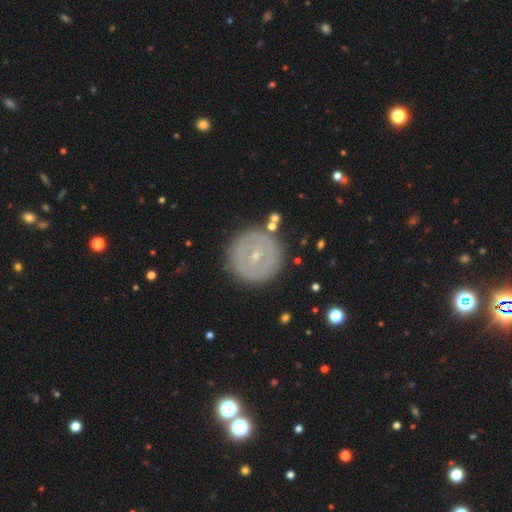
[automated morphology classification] type=featured or disk (54%); edge-on=no (94%); bar=weak (43%); spiral arms=no (66%); bulge=small (78%); merging=none (88%).